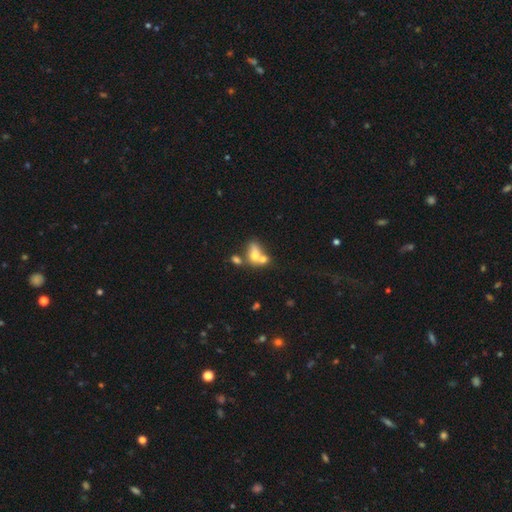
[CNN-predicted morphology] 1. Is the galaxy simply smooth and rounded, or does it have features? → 64% smooth, 25% featured or disk, 11% star or artifact.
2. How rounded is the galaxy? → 69% in between, 26% round, 5% cigar-shaped.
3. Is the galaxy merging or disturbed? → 64% merger, 20% none, 9% minor disturbance, 7% major disturbance.